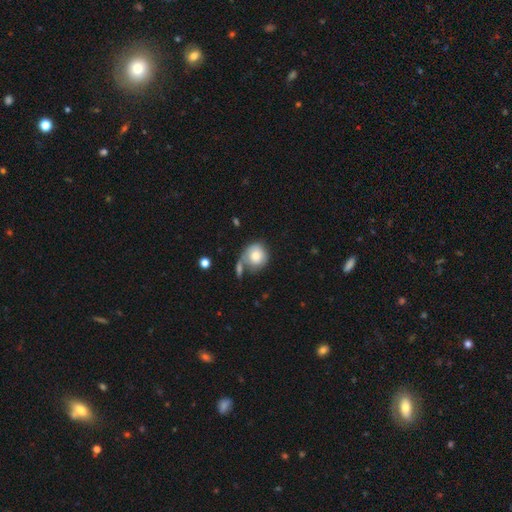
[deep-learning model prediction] Smooth or featured? Predicted: smooth (p=0.75). How rounded? Predicted: round (p=0.84). Merging? Predicted: none (p=0.42).